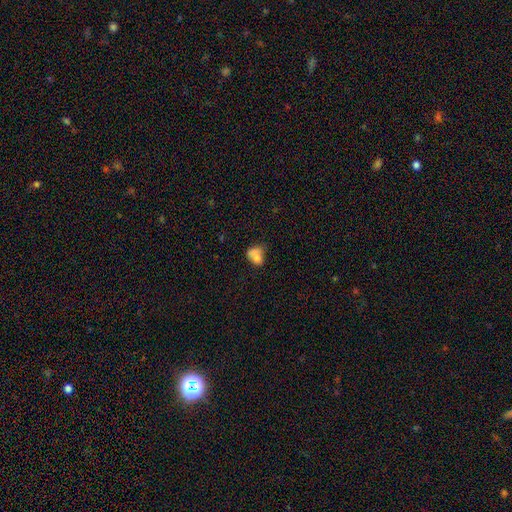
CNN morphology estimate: type=smooth (71%); roundness=in between (64%); merging=merger (39%).